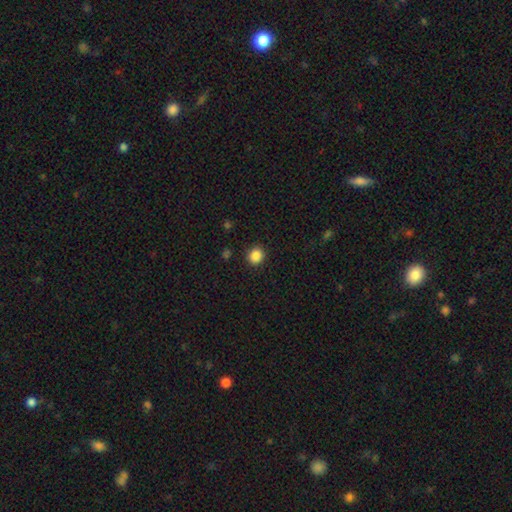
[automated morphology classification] The model was most divided on "how rounded": round: 84%, in between: 15%, cigar-shaped: 1%. More confident: merging — none (90%); smooth or featured — smooth (87%).